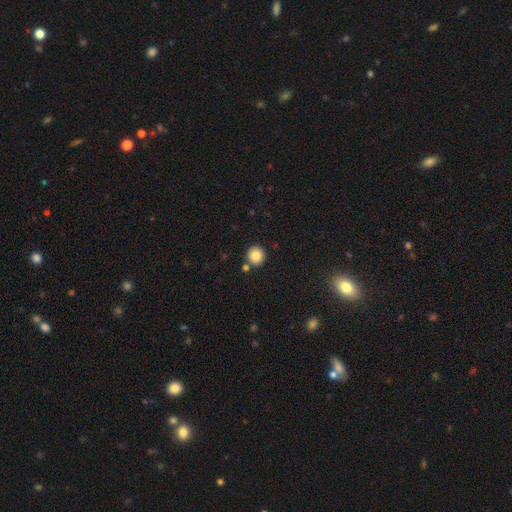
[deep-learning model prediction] smooth_or_featured: smooth (p=0.84) [alt: star or artifact p=0.10]
how_rounded: round (p=0.93) [alt: in between p=0.06]
merging: none (p=0.84) [alt: merger p=0.08]